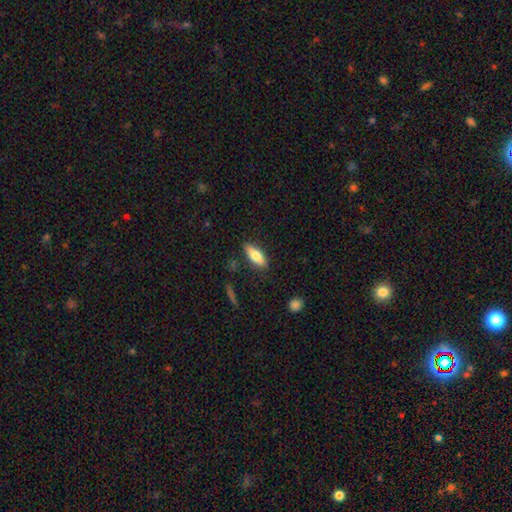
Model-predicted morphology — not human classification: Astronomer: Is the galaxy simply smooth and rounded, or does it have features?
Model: smooth — 73%.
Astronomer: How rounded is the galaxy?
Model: in between — 62%.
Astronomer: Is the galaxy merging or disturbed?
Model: none — 85%.